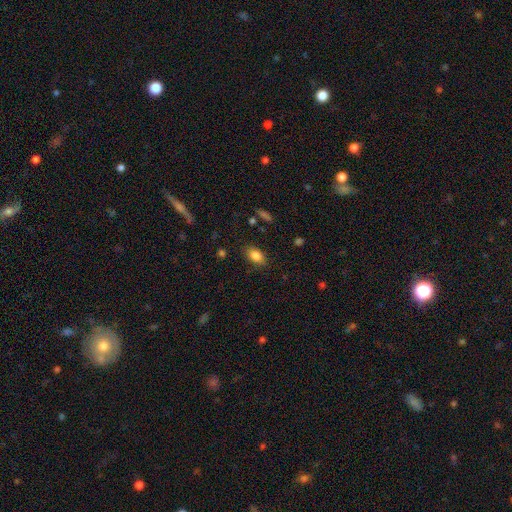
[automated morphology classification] smooth_or_featured: smooth (p=0.84) [alt: star or artifact p=0.09]
how_rounded: in between (p=0.87) [alt: round p=0.10]
merging: none (p=0.81) [alt: minor disturbance p=0.14]